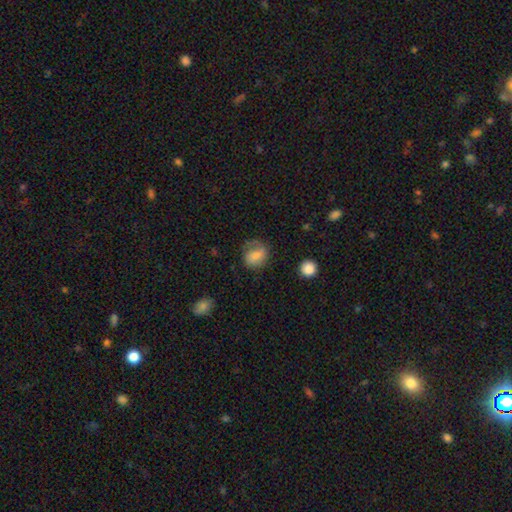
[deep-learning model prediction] Smooth or featured: smooth — 63% (featured or disk — 28%)
How rounded: round — 61% (in between — 38%)
Merging: none — 54% (minor disturbance — 24%)